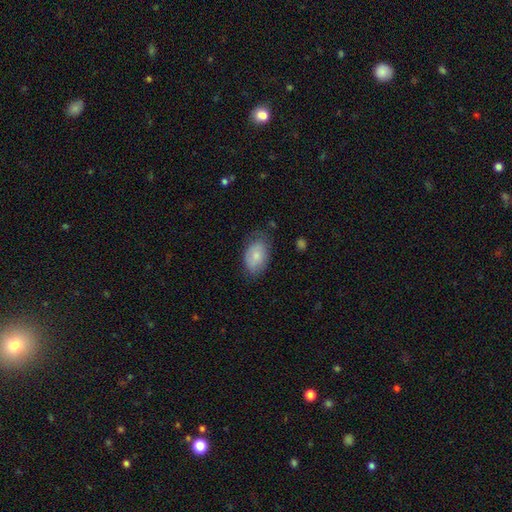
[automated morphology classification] Smooth or featured: smooth — 80% (featured or disk — 14%)
How rounded: in between — 91% (round — 8%)
Merging: none — 68% (minor disturbance — 24%)